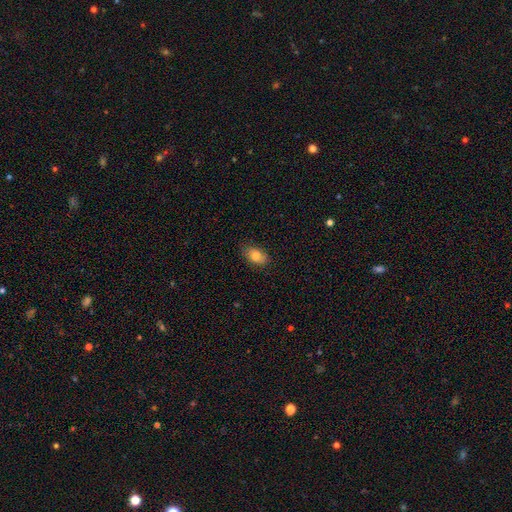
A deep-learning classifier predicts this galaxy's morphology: A smooth galaxy with no disk features (80%) that is in between round and cigar-shaped (89%).

Vote fractions:
- Smooth or featured? smooth: 80% / featured or disk: 12% / star or artifact: 8%
- How rounded? in between: 89% / round: 9% / cigar-shaped: 2%
- Merging? none: 81% / minor disturbance: 16% / major disturbance: 3% / merger: 1%